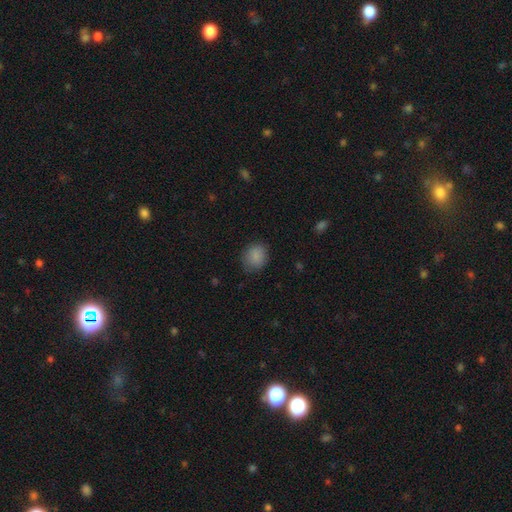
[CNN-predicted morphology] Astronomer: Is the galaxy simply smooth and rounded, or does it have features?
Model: smooth — 87%.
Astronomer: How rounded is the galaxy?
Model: round — 68%.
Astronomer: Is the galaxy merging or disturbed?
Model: none — 79%.